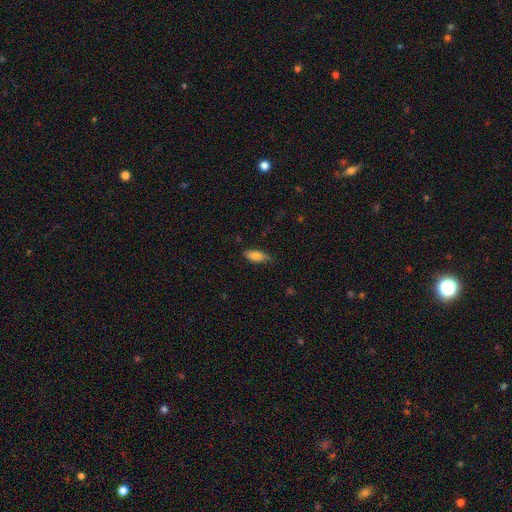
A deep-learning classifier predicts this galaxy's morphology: A smooth galaxy with no disk features (82%) that is in between round and cigar-shaped (80%).

Vote fractions:
- Smooth or featured? smooth: 82% / featured or disk: 11% / star or artifact: 7%
- How rounded? in between: 80% / cigar-shaped: 17% / round: 2%
- Merging? none: 78% / minor disturbance: 18% / major disturbance: 3% / merger: 1%